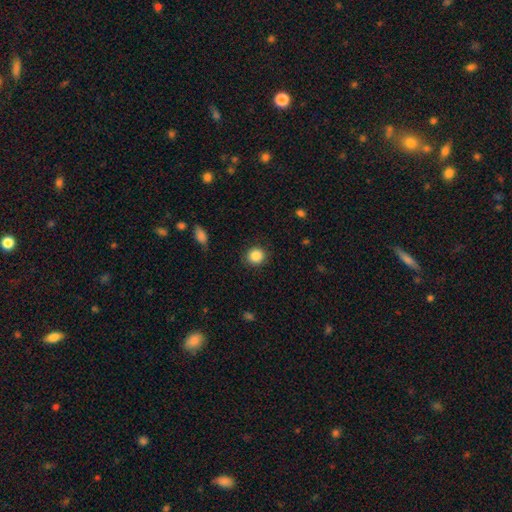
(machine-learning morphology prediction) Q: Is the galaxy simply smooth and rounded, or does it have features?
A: smooth — 87%.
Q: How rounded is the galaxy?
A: round — 89%.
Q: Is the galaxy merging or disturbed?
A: none — 89%.